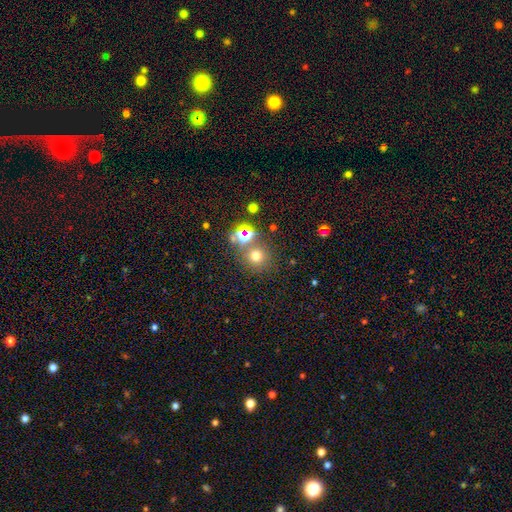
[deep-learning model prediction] Smooth or featured? Predicted: smooth (p=0.64). How rounded? Predicted: round (p=0.90). Merging? Predicted: none (p=0.75).